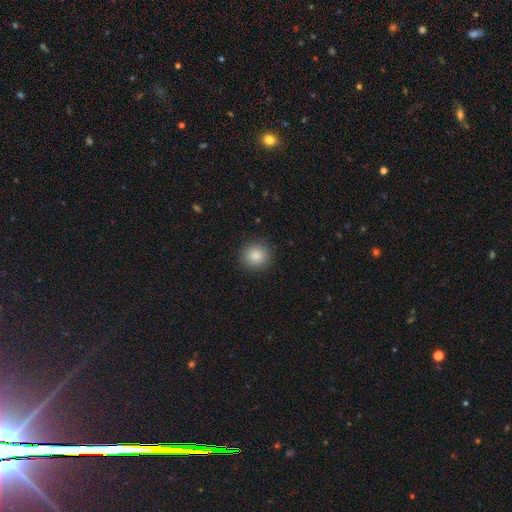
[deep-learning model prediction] Smooth or featured?
  - smooth: 86% *
  - star or artifact: 9%
  - featured or disk: 5%
How rounded?
  - round: 91% *
  - in between: 8%
  - cigar-shaped: 1%
Merging?
  - none: 91% *
  - minor disturbance: 6%
  - major disturbance: 2%
  - merger: 1%